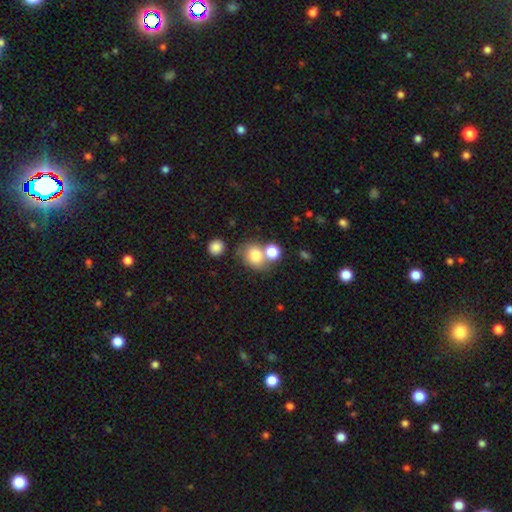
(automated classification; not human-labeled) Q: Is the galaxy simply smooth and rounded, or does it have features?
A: smooth — 77%.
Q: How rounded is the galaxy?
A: round — 67%.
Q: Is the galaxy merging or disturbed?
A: none — 51%.